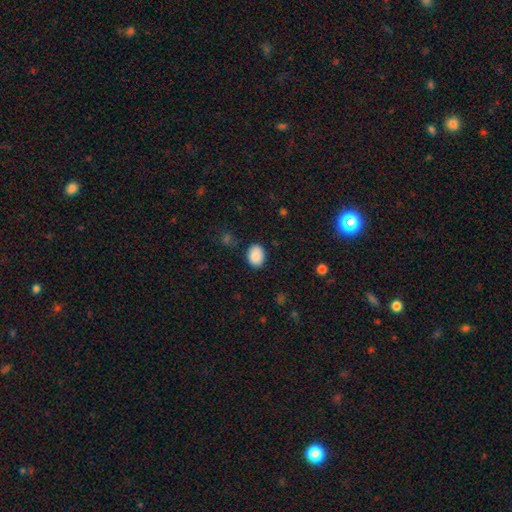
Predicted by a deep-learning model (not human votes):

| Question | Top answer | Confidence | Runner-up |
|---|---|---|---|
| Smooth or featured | smooth | 88% | star or artifact (8%) |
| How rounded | in between | 69% | round (30%) |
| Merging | none | 84% | minor disturbance (12%) |